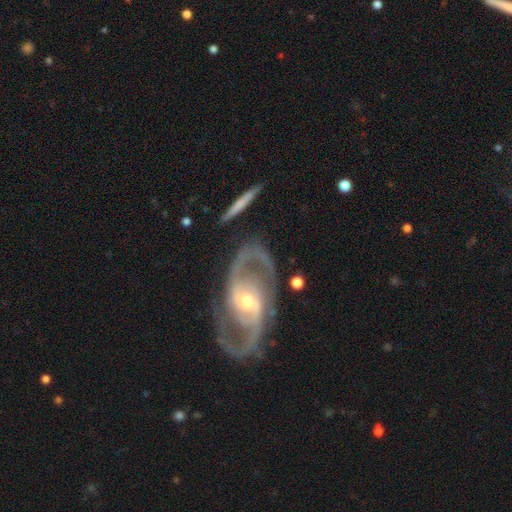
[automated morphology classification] Overall: featured or disk (89%). Edge-on disk: no (94%). Bar: no (40%; weak 36%). Spiral arms: yes (97%). Spiral arm count: 2 (91%). Spiral winding: medium (54%; loose 24%). Bulge size: moderate (50%; small 45%). Merging: none (75%).